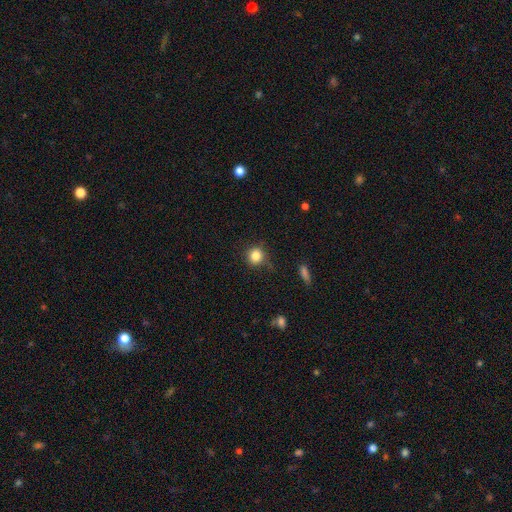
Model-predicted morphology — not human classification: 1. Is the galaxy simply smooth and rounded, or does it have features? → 84% smooth, 11% star or artifact, 5% featured or disk.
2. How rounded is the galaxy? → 89% round, 10% in between, 1% cigar-shaped.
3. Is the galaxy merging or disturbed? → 81% none, 13% minor disturbance, 3% major disturbance, 2% merger.